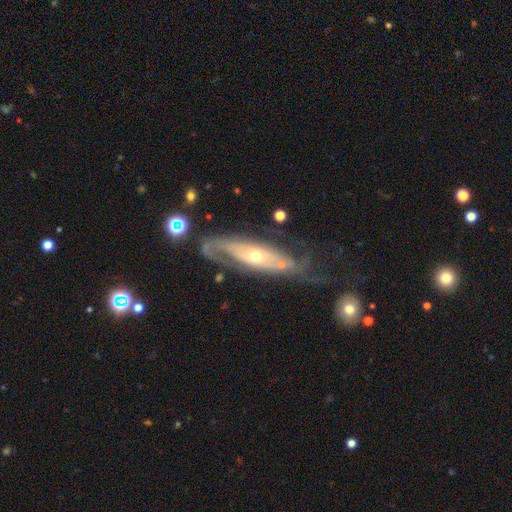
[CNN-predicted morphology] The model was most divided on "bulge size": moderate: 53%, small: 41%, large: 4%, dominant: 1%, none: 1%. Remaining: edge-on disk — no (76%); bar — no (75%); smooth or featured — featured or disk (74%); spiral arms — yes (74%); merging — none (46%).